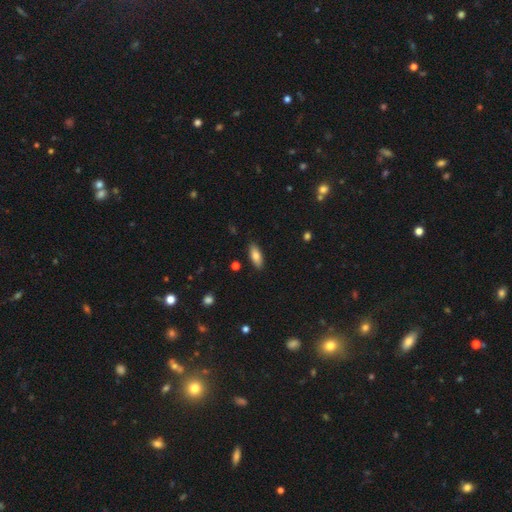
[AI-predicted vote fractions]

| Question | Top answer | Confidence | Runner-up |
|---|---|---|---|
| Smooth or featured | smooth | 81% | featured or disk (12%) |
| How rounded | in between | 78% | cigar-shaped (20%) |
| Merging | none | 87% | minor disturbance (10%) |